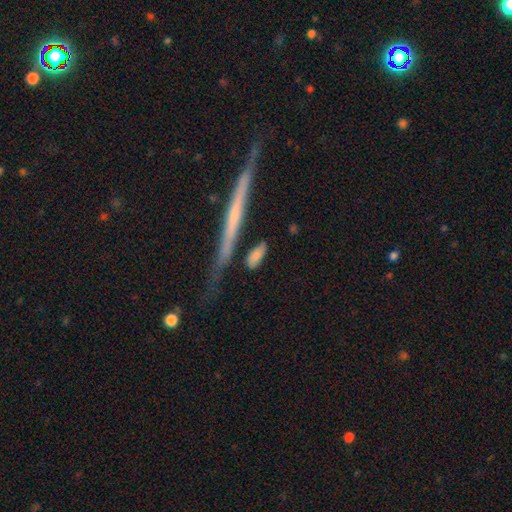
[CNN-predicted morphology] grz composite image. It shows a smooth galaxy with no disk features (79%) that is in between round and cigar-shaped (65%). Merging: none (68%).